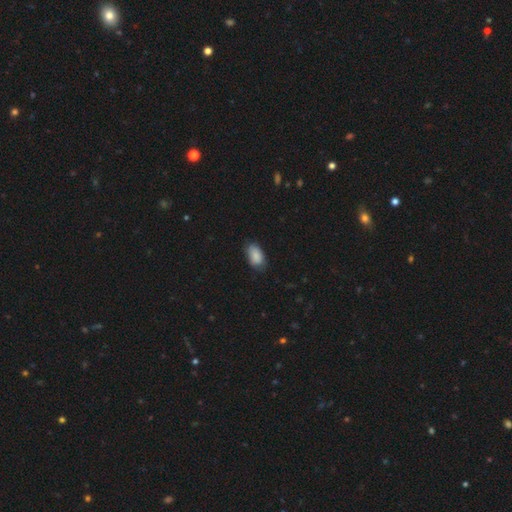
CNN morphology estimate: Smooth or featured? smooth (87%)
How rounded? in between (93%)
Merging? none (72%)